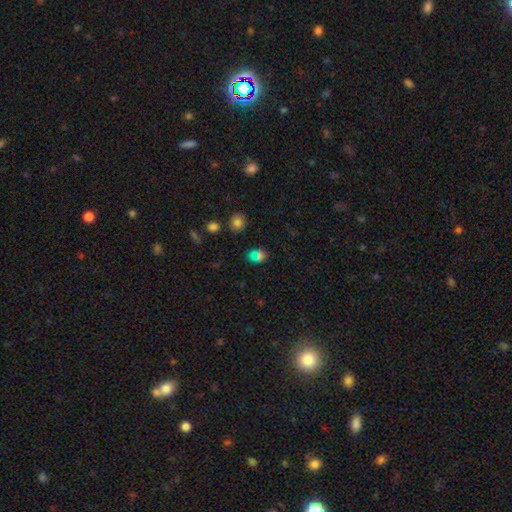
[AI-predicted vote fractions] Smooth or featured? Predicted: smooth (p=0.67). How rounded? Predicted: in between (p=0.52). Merging? Predicted: none (p=0.78).